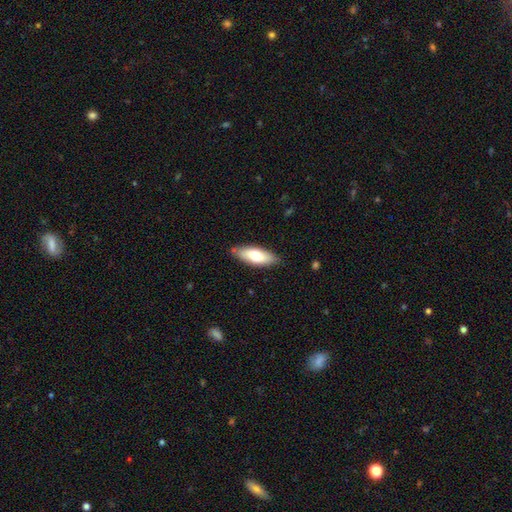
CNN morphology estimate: A smooth galaxy with no disk features (70%) that is in between round and cigar-shaped (72%).

Vote fractions:
- Smooth or featured? smooth: 70% / featured or disk: 24% / star or artifact: 6%
- How rounded? in between: 72% / cigar-shaped: 26% / round: 2%
- Merging? none: 83% / minor disturbance: 13% / major disturbance: 2% / merger: 2%